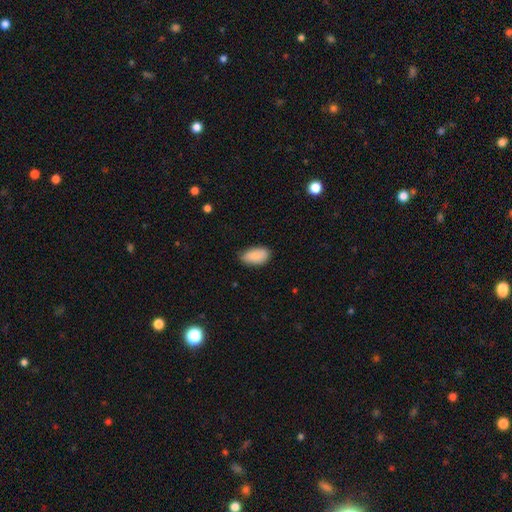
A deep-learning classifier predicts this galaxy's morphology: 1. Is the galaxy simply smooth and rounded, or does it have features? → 88% smooth, 6% star or artifact, 5% featured or disk.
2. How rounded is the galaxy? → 94% in between, 3% round, 3% cigar-shaped.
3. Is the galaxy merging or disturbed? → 74% none, 21% minor disturbance, 3% major disturbance, 1% merger.